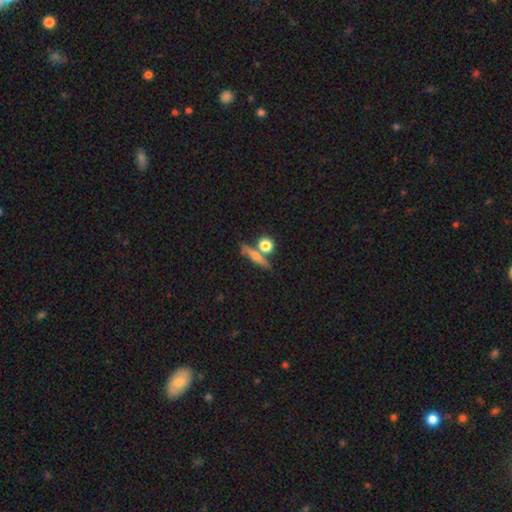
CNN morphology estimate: Overall: smooth (45%; featured or disk 42%). Merging: none (70%).